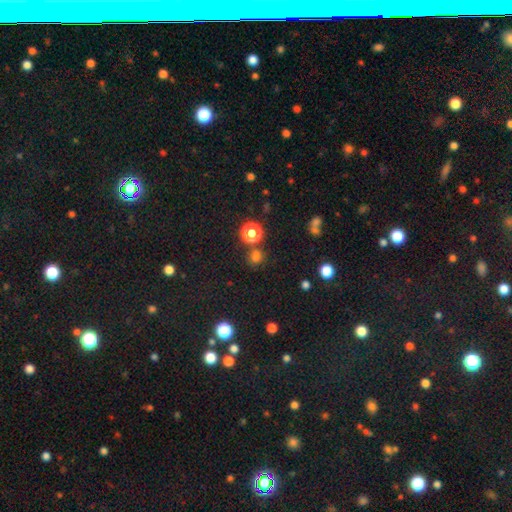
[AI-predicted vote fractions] Q: Smooth or featured?
A: smooth (68%); runner-up: star or artifact (27%)
Q: How rounded?
A: round (87%); runner-up: in between (12%)
Q: Merging?
A: none (79%); runner-up: merger (9%)